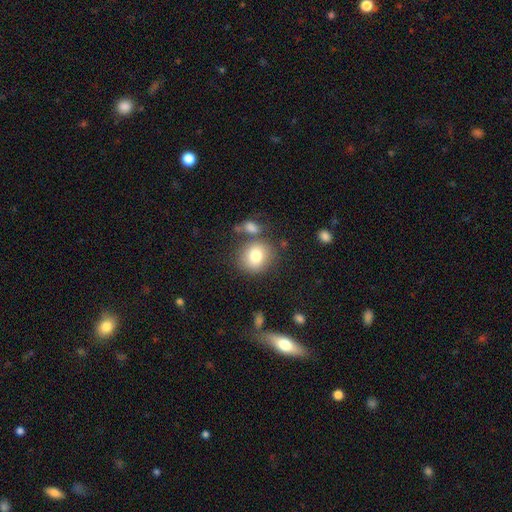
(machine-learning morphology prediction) type=smooth (80%); roundness=round (80%); merging=none (70%).